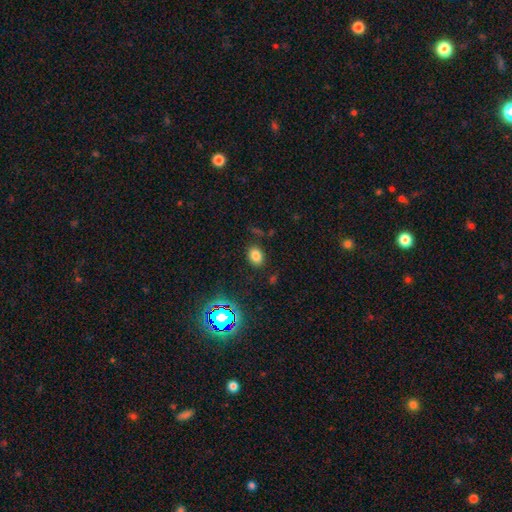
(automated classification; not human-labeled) Morphology: type=smooth (77%); roundness=in between (67%); merging=none (83%).